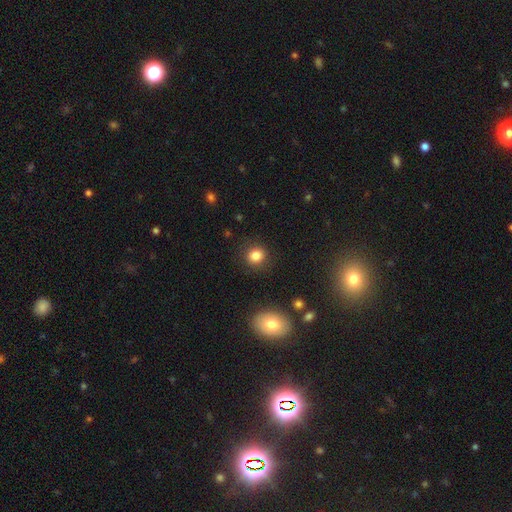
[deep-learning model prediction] Smooth or featured? smooth (84%)
How rounded? round (82%)
Merging? none (87%)